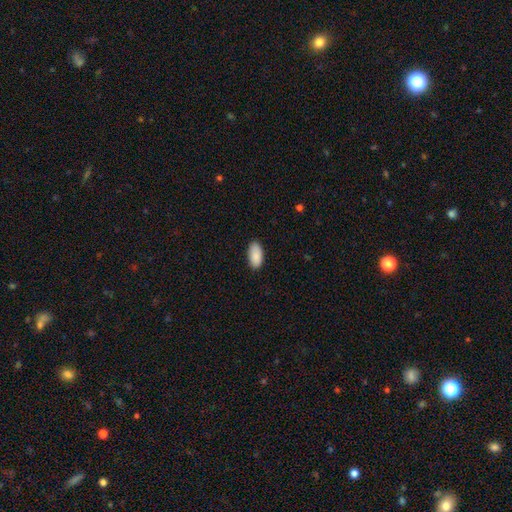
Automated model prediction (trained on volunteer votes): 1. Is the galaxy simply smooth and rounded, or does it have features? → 90% smooth, 6% star or artifact, 4% featured or disk.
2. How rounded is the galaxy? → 94% in between, 4% cigar-shaped, 2% round.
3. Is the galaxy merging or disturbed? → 87% none, 11% minor disturbance, 2% major disturbance, 1% merger.